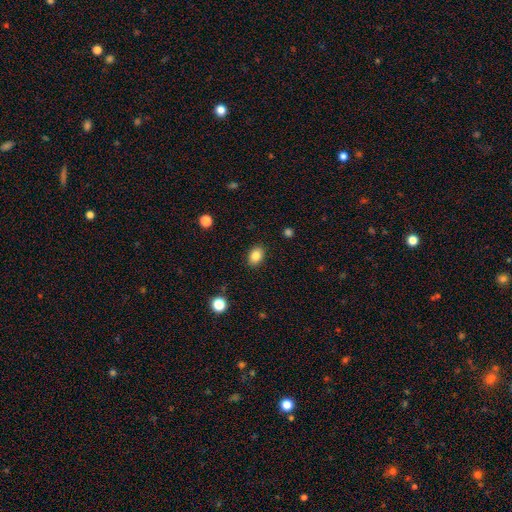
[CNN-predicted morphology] Smooth or featured? smooth (85%)
How rounded? in between (74%)
Merging? none (89%)